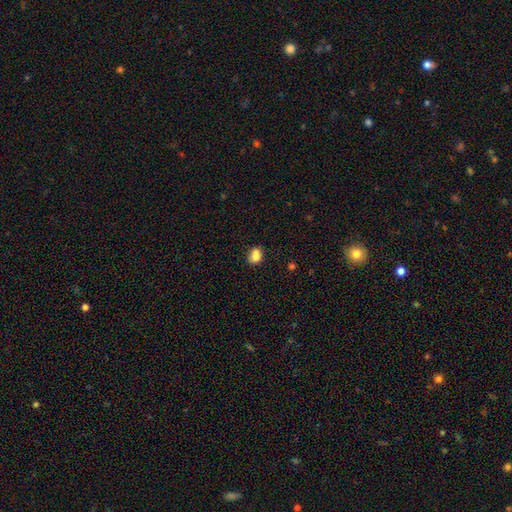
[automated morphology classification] smooth_or_featured: smooth (p=0.80) [alt: star or artifact p=0.11]
how_rounded: in between (p=0.59) [alt: round p=0.39]
merging: none (p=0.53) [alt: merger p=0.22]